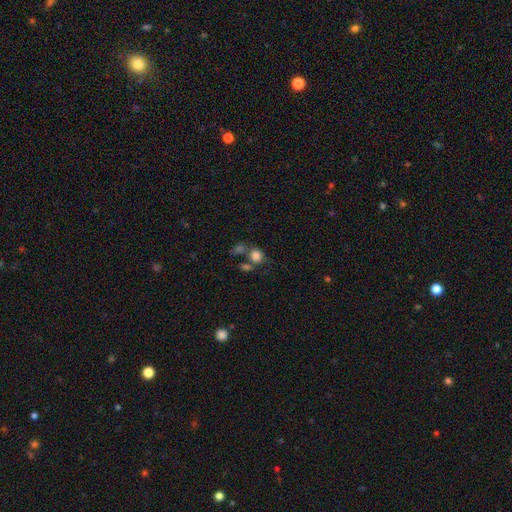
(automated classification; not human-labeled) Morphology: type=smooth (79%); roundness=round (72%); merging=none (45%).